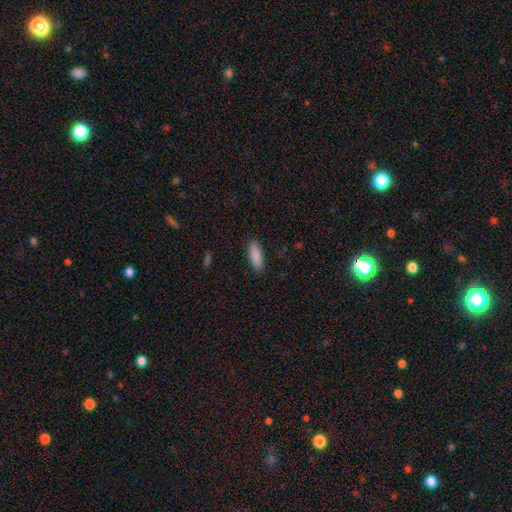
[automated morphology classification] Q: Smooth or featured?
A: smooth (89%); runner-up: star or artifact (6%)
Q: How rounded?
A: in between (62%); runner-up: cigar-shaped (37%)
Q: Merging?
A: none (90%); runner-up: minor disturbance (7%)